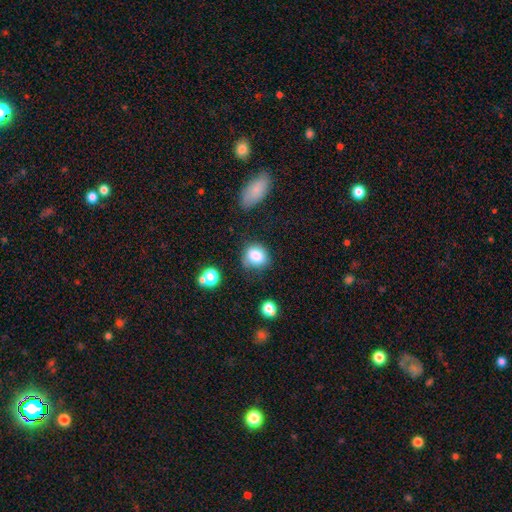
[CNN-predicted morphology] Smooth or featured: smooth — 82% (star or artifact — 10%)
How rounded: round — 72% (in between — 27%)
Merging: none — 67% (minor disturbance — 22%)